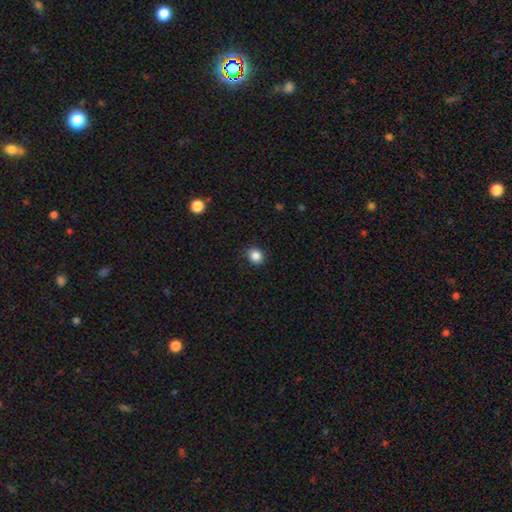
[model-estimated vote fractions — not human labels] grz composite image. It shows a smooth galaxy with no disk features (86%) that is round (70%). Merging: none (88%).